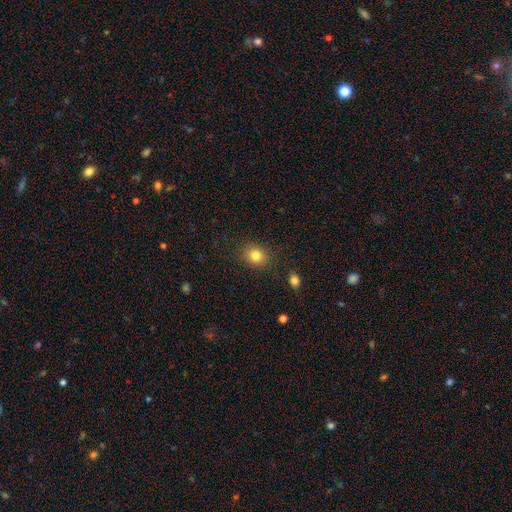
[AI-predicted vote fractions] smooth_or_featured: smooth (p=0.82) [alt: star or artifact p=0.11]
how_rounded: round (p=0.68) [alt: in between p=0.31]
merging: none (p=0.87) [alt: minor disturbance p=0.09]